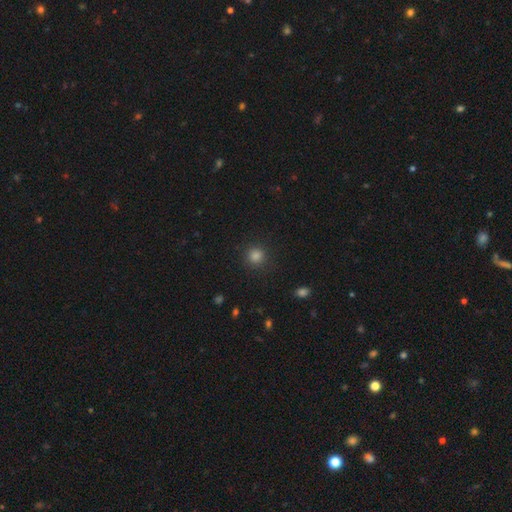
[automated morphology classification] smooth_or_featured: smooth (p=0.81) [alt: star or artifact p=0.15]
how_rounded: round (p=0.93) [alt: in between p=0.06]
merging: none (p=0.89) [alt: minor disturbance p=0.07]